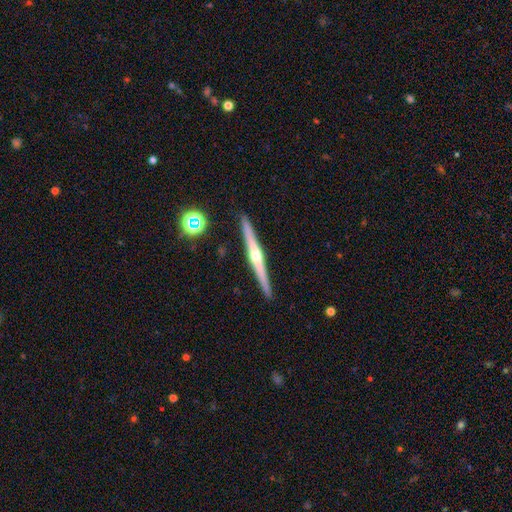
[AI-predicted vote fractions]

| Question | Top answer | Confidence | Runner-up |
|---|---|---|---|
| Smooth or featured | featured or disk | 76% | smooth (18%) |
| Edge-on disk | yes | 98% | no (2%) |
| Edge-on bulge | rounded | 90% | none (7%) |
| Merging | none | 92% | minor disturbance (6%) |